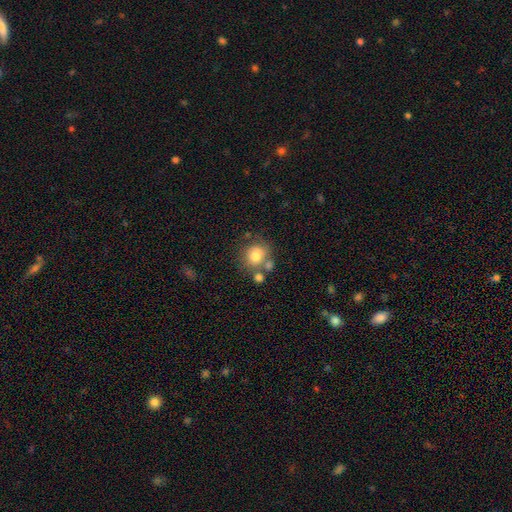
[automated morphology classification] A smooth galaxy with no disk features (75%) that is round (76%).

Vote fractions:
- Smooth or featured? smooth: 75% / featured or disk: 15% / star or artifact: 10%
- How rounded? round: 76% / in between: 23% / cigar-shaped: 1%
- Merging? none: 55% / merger: 21% / minor disturbance: 17% / major disturbance: 7%